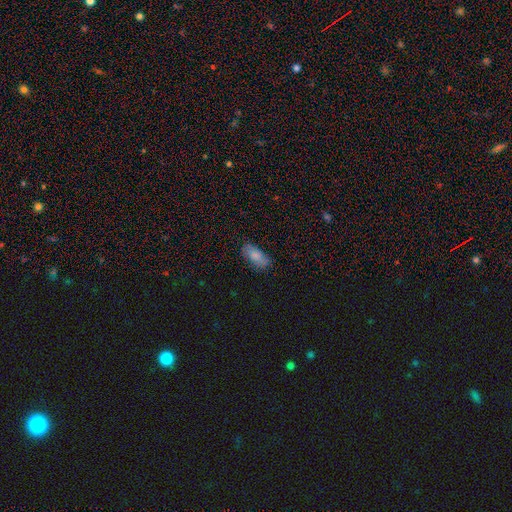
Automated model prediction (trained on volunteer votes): smooth_or_featured: smooth (p=0.81) [alt: featured or disk p=0.11]
how_rounded: in between (p=0.84) [alt: cigar-shaped p=0.13]
merging: none (p=0.77) [alt: minor disturbance p=0.18]